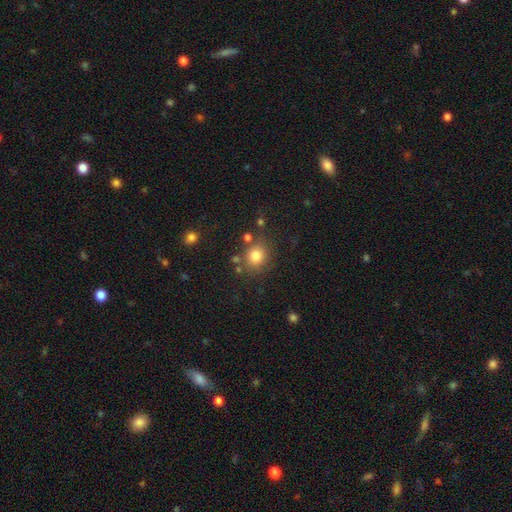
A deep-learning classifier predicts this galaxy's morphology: smooth-or-featured: smooth: 80% | star or artifact: 13% | featured or disk: 7%
  how-rounded: round: 80% | in between: 19% | cigar-shaped: 1%
  merging: none: 77% | minor disturbance: 11% | merger: 8% | major disturbance: 4%